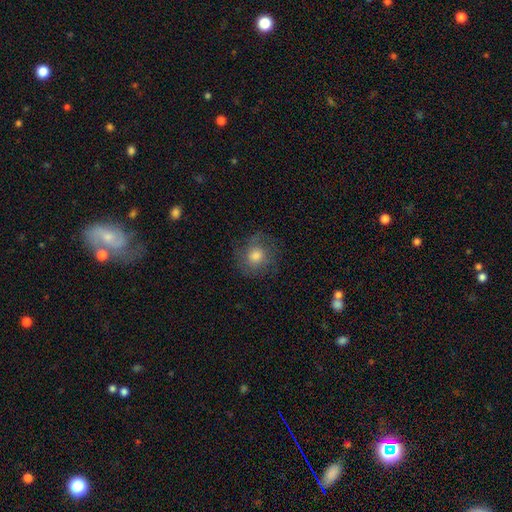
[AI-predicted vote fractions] This is possibly a smooth galaxy (58%). How rounded: clearly round (86%). Merging: likely none (75%).